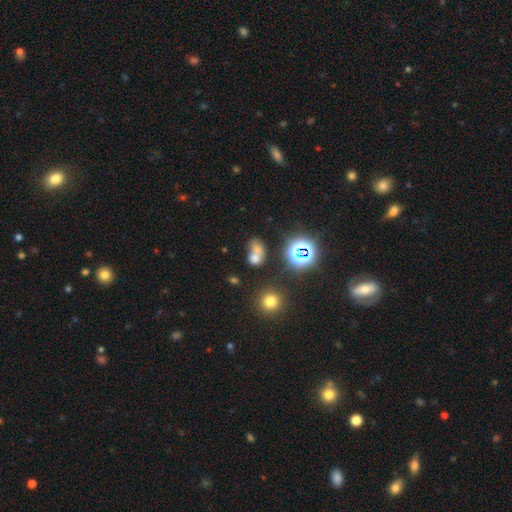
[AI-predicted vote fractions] smooth_or_featured: smooth (p=0.58) [alt: star or artifact p=0.25]
how_rounded: in between (p=0.57) [alt: round p=0.42]
merging: merger (p=0.56) [alt: none p=0.28]